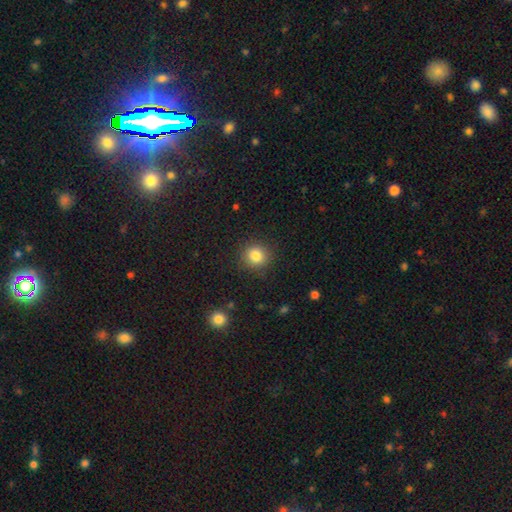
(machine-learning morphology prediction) This appears to be a smooth galaxy with no disk features (83%) that is round (90%). Merging: none (90%).